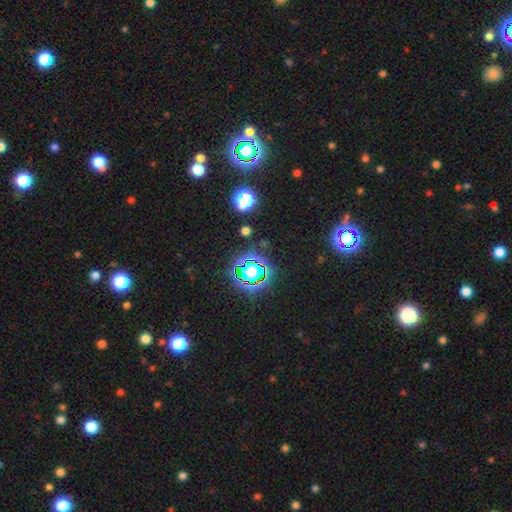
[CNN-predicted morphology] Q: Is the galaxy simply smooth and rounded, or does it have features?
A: star or artifact — 80%.